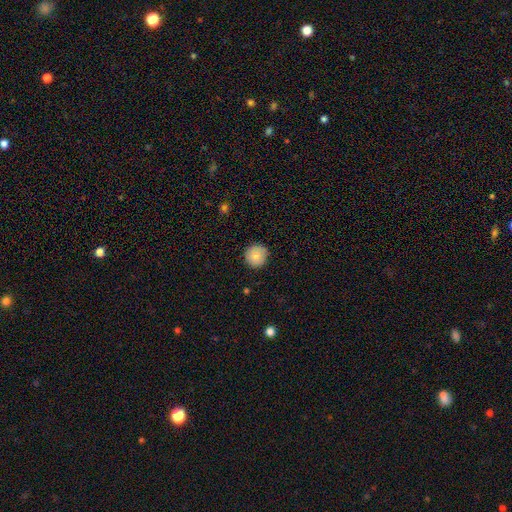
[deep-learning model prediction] This appears to be a smooth galaxy with no disk features (85%) that is round (95%). Merging: none (88%).